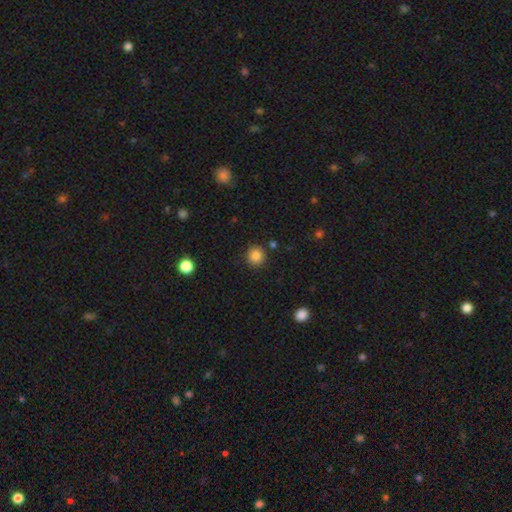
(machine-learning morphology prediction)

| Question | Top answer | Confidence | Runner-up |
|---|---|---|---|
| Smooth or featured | smooth | 85% | star or artifact (11%) |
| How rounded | round | 91% | in between (8%) |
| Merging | none | 87% | minor disturbance (7%) |